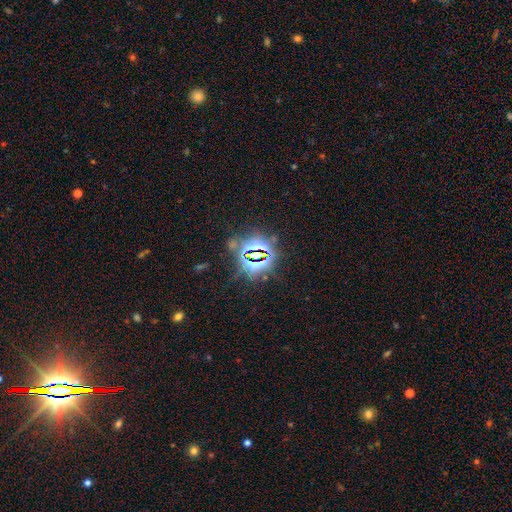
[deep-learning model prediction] The model was most divided on "smooth or featured": star or artifact: 82%, smooth: 10%, featured or disk: 7%.